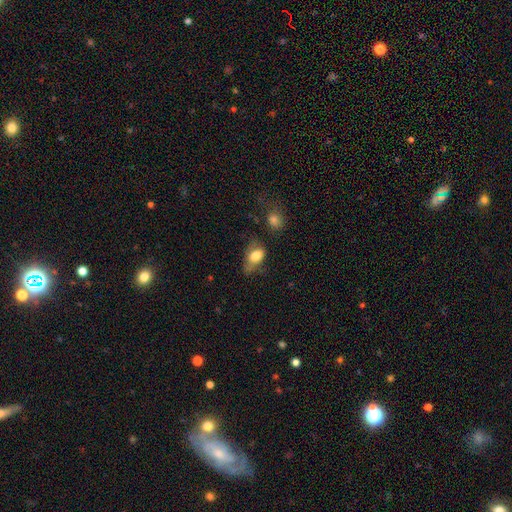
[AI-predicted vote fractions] smooth 74%, featured or disk 17%, star or artifact 8%. Down the decision tree: how rounded — in between (85%); merging — none (35%, tied with minor disturbance).